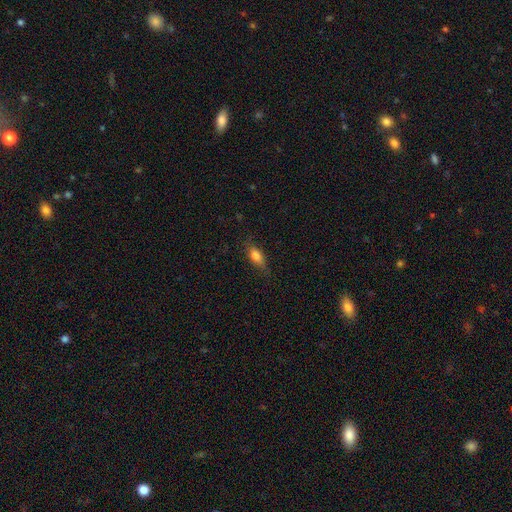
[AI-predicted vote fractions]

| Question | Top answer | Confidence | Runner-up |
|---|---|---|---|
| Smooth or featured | smooth | 78% | featured or disk (14%) |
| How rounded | in between | 77% | cigar-shaped (18%) |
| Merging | none | 73% | minor disturbance (20%) |